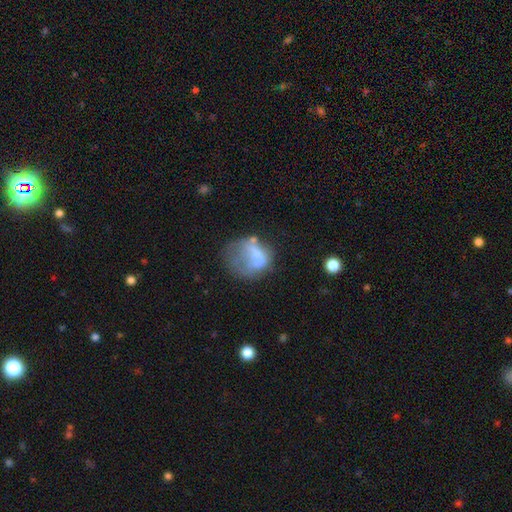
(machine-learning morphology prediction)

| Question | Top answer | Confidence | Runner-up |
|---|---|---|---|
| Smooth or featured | smooth | 49% | featured or disk (39%) |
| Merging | major disturbance | 42% | none (27%) |